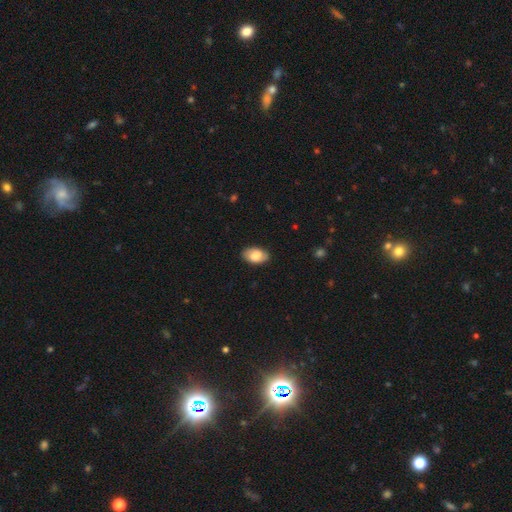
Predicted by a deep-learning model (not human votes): smooth-or-featured: smooth: 76% | featured or disk: 17% | star or artifact: 7%
  how-rounded: in between: 93% | round: 5% | cigar-shaped: 1%
  merging: none: 83% | minor disturbance: 13% | major disturbance: 3% | merger: 1%